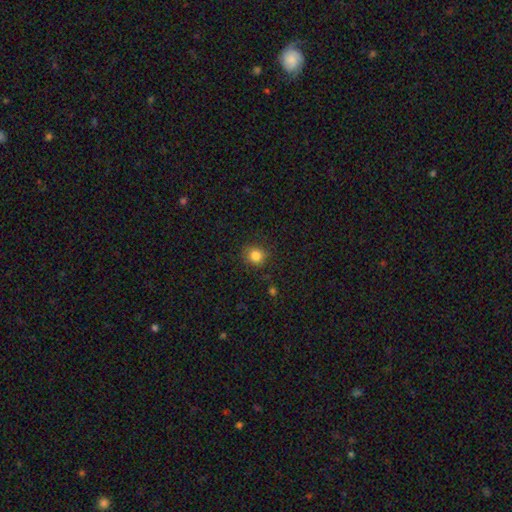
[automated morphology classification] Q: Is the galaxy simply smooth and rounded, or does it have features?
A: smooth — 83%.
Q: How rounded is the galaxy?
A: round — 86%.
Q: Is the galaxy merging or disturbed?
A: none — 85%.